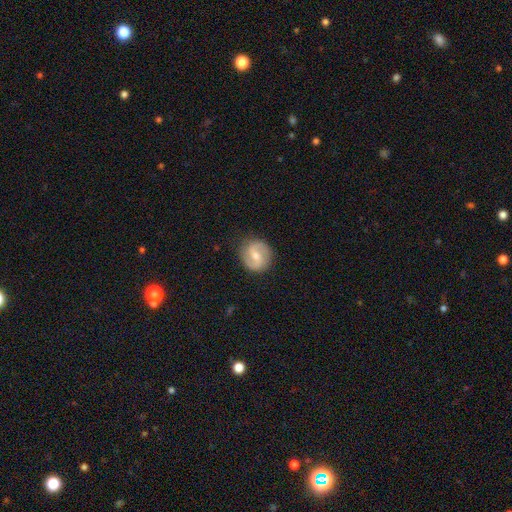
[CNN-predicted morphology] smooth-or-featured: featured or disk: 79% | smooth: 16% | star or artifact: 5%
  disk-edge-on: no: 98% | yes: 2%
    bar: weak: 54% | no: 25% | strong: 21%
    has-spiral-arms: yes: 95% | no: 5%
      spiral-winding: medium: 52% | tight: 25% | loose: 22%
      spiral-arm-count: 2: 92% | can't tell: 3% | 1: 2% | 3: 1% | 4: 1% | more than 4: 1%
    bulge-size: moderate: 51% | small: 42% | none: 3% | large: 2% | dominant: 1%
  merging: none: 86% | minor disturbance: 10% | major disturbance: 3% | merger: 1%